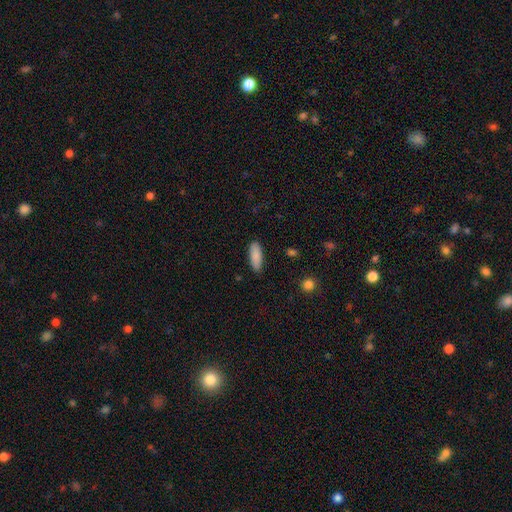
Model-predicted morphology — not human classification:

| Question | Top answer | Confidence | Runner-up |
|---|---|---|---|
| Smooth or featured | smooth | 88% | star or artifact (6%) |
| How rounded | in between | 67% | cigar-shaped (31%) |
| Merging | none | 86% | minor disturbance (11%) |